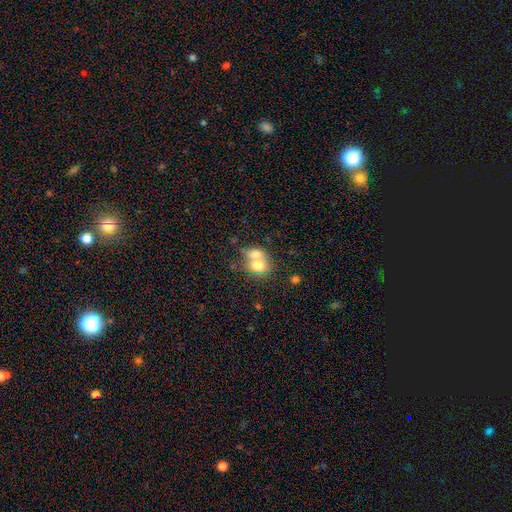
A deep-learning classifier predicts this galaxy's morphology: A smooth galaxy with no disk features (67%) that is round (50%).

Vote fractions:
- Smooth or featured? smooth: 67% / featured or disk: 23% / star or artifact: 9%
- How rounded? round: 50% / in between: 49% / cigar-shaped: 1%
- Merging? merger: 67% / none: 22% / minor disturbance: 7% / major disturbance: 4%